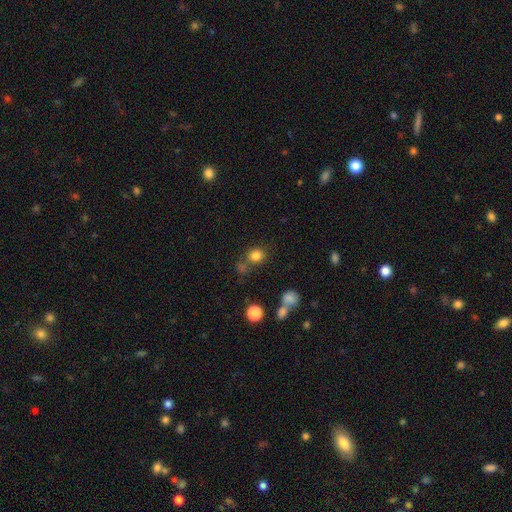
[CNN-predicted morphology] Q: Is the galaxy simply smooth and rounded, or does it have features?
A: smooth — 80%.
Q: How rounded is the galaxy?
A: round — 78%.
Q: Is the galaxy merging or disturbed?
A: none — 69%.